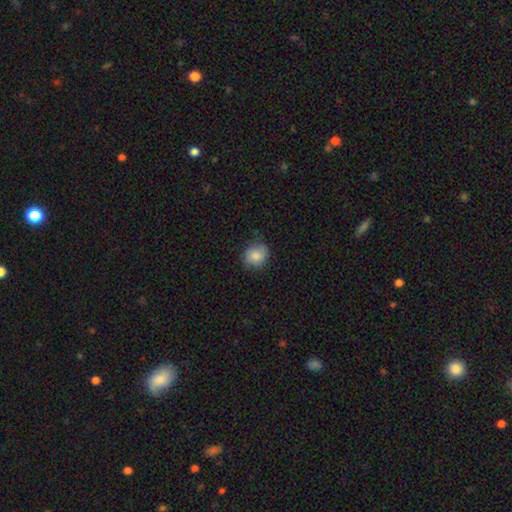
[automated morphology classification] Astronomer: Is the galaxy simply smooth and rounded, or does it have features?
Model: smooth — 84%.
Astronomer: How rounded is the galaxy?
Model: round — 72%.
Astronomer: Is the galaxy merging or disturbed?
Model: none — 77%.